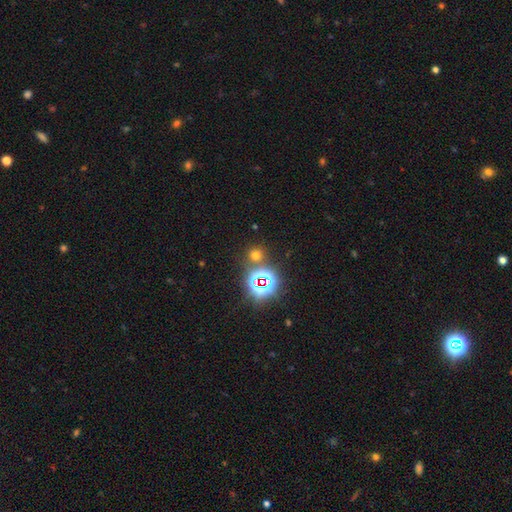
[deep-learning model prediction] This is possibly a smooth galaxy (55%). How rounded: clearly round (87%). Merging: likely none (77%).